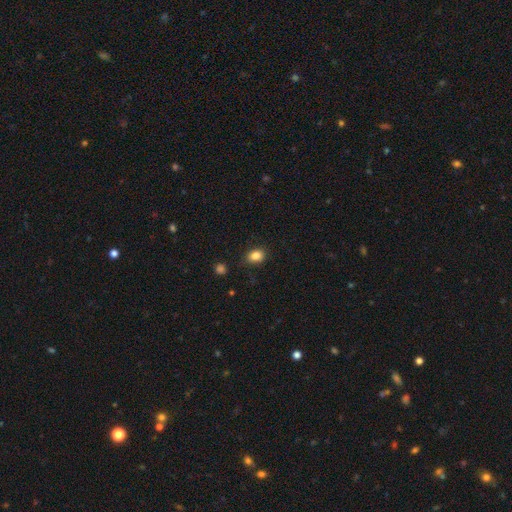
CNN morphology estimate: A smooth galaxy with no disk features (85%) that is in between round and cigar-shaped (60%).

Vote fractions:
- Smooth or featured? smooth: 85% / star or artifact: 10% / featured or disk: 5%
- How rounded? in between: 60% / round: 39% / cigar-shaped: 1%
- Merging? none: 84% / minor disturbance: 12% / major disturbance: 3% / merger: 2%